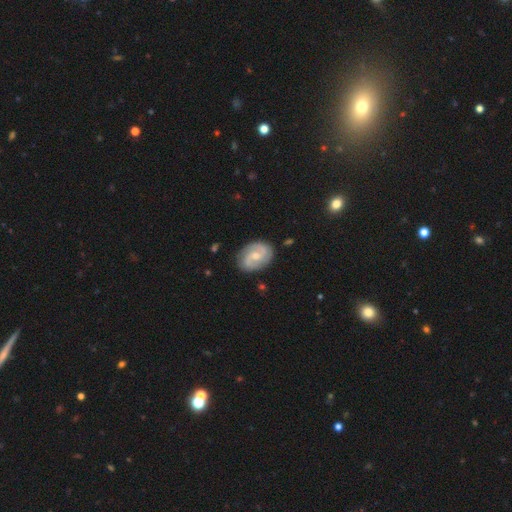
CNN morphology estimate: Smooth or featured: featured or disk — 77% (smooth — 18%)
Edge-on disk: no — 97% (yes — 3%)
Bar: no — 46% (weak — 45%)
Spiral arms: yes — 93% (no — 7%)
Spiral winding: medium — 46% (tight — 33%)
Spiral arm count: 2 — 82% (can't tell — 9%)
Bulge size: moderate — 53% (small — 42%)
Merging: none — 81% (minor disturbance — 14%)